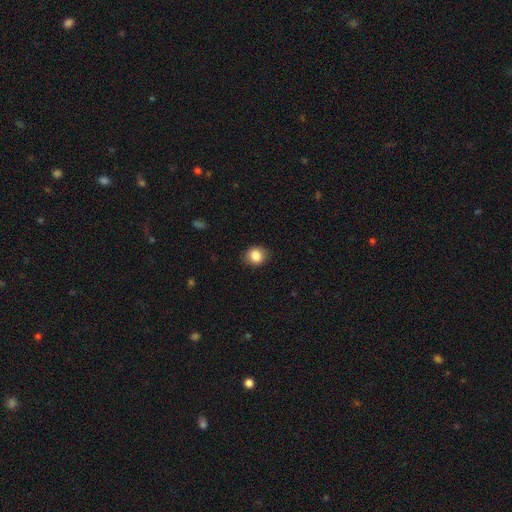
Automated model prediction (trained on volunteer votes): Overall: smooth (85%). How rounded: round (67%; in between 32%). Merging: none (85%).